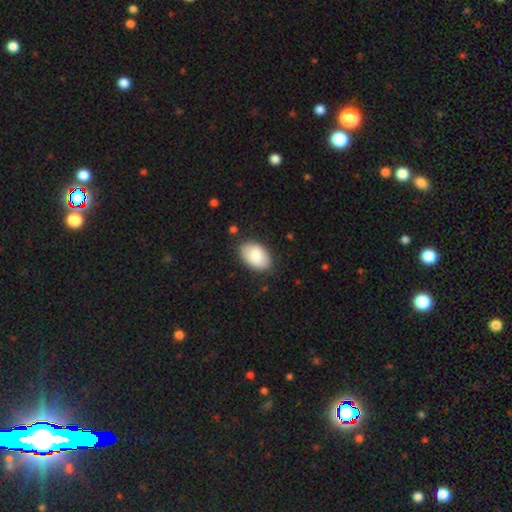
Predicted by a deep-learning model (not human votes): A smooth galaxy with no disk features (83%) that is in between round and cigar-shaped (92%). Merging: none (84%).